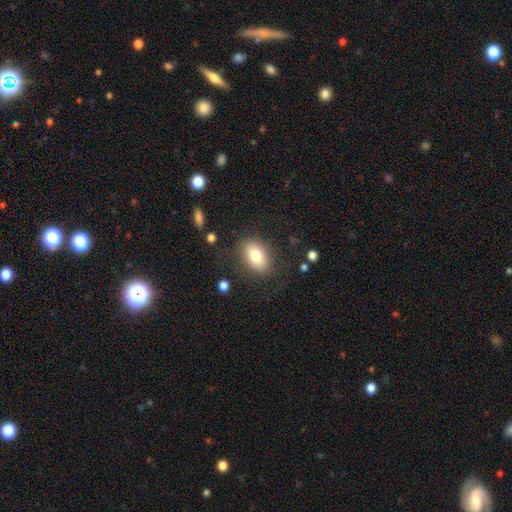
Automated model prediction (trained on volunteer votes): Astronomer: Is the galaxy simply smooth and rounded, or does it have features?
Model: smooth — 80%.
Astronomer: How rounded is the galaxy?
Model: in between — 81%.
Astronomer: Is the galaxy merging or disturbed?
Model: none — 78%.